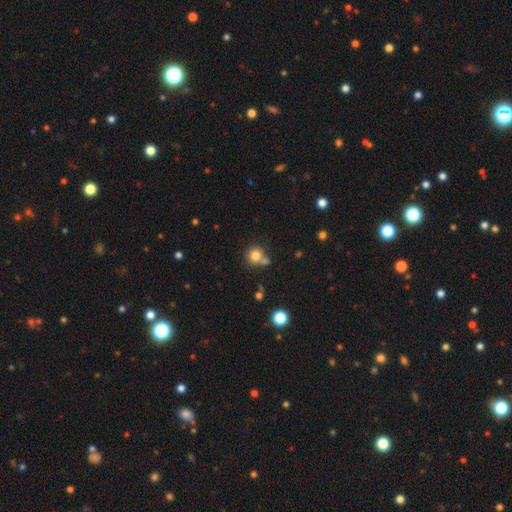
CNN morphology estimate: type=smooth (80%); roundness=round (90%); merging=none (60%).